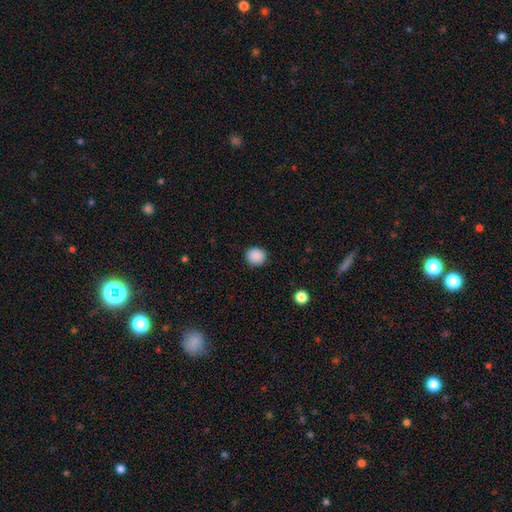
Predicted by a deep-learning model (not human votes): Smooth or featured? smooth (89%)
How rounded? round (86%)
Merging? none (89%)